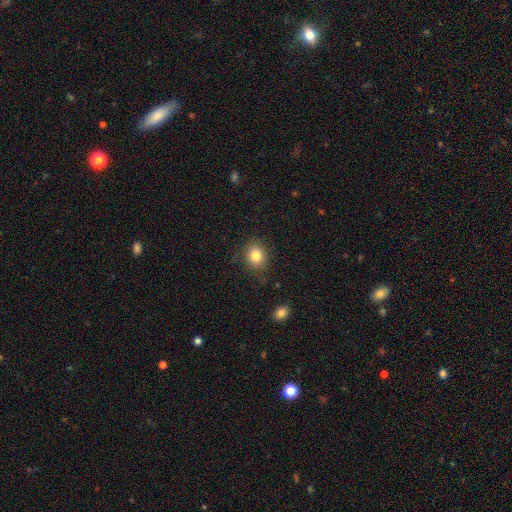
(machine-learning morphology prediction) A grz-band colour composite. It shows a smooth galaxy with no disk features (82%) that is round (65%). Merging: none (82%).